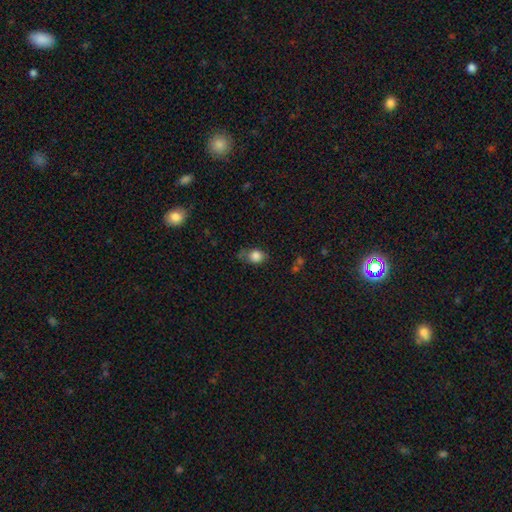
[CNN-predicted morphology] smooth-or-featured: smooth: 83% | star or artifact: 10% | featured or disk: 7%
  how-rounded: round: 56% | in between: 42% | cigar-shaped: 1%
  merging: none: 57% | minor disturbance: 29% | major disturbance: 9% | merger: 4%